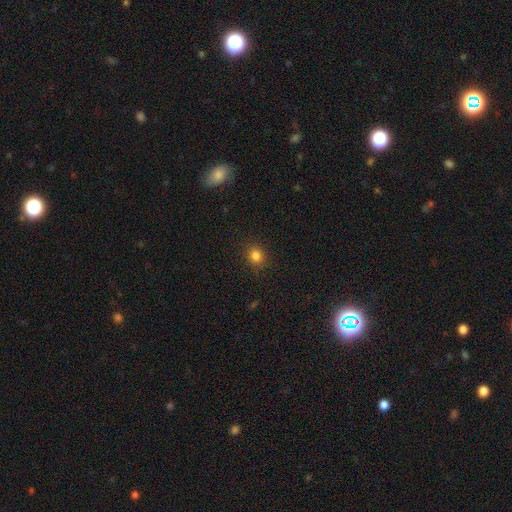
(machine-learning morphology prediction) A smooth galaxy with no disk features (83%) that is round (78%). Merging: none (88%).